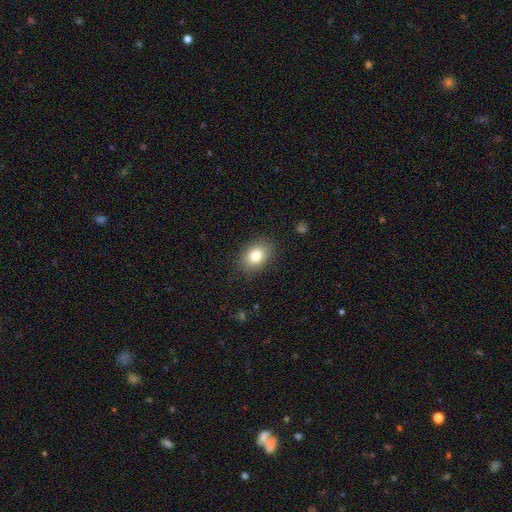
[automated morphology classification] Smooth or featured?
  - smooth: 82% *
  - featured or disk: 9%
  - star or artifact: 9%
How rounded?
  - in between: 77% *
  - round: 22%
  - cigar-shaped: 1%
Merging?
  - none: 87% *
  - minor disturbance: 9%
  - major disturbance: 3%
  - merger: 1%